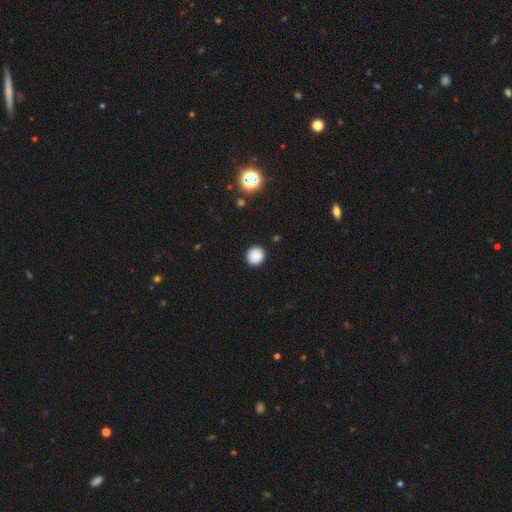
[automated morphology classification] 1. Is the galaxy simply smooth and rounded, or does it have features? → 88% smooth, 10% star or artifact, 3% featured or disk.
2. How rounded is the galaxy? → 92% round, 7% in between, 1% cigar-shaped.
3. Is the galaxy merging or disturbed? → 91% none, 6% minor disturbance, 2% major disturbance, 1% merger.